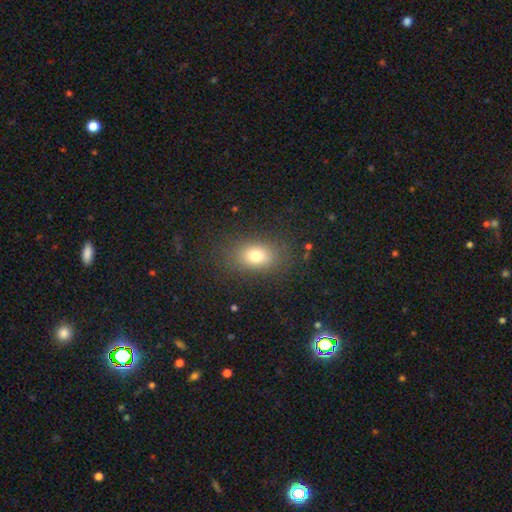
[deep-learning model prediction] The model was most divided on "how rounded": in between: 75%, round: 23%, cigar-shaped: 2%. More confident: merging — none (82%); smooth or featured — smooth (76%).